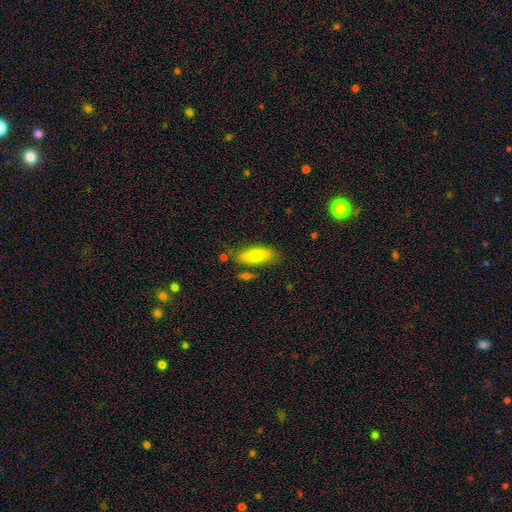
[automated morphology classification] smooth_or_featured: smooth (p=0.71) [alt: featured or disk p=0.22]
how_rounded: in between (p=0.77) [alt: cigar-shaped p=0.20]
merging: none (p=0.73) [alt: minor disturbance p=0.17]